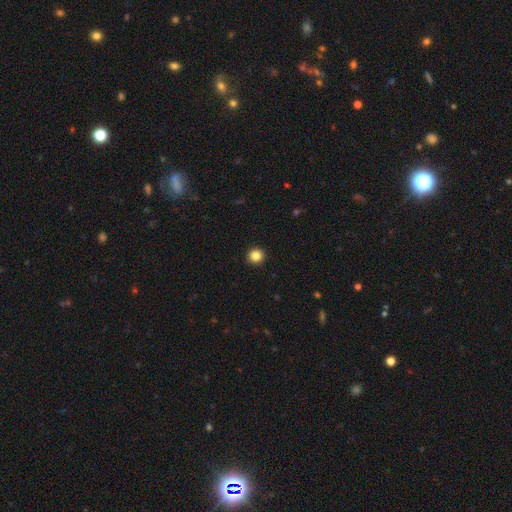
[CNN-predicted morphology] A smooth galaxy with no disk features (85%) that is round (95%). Merging: none (94%).